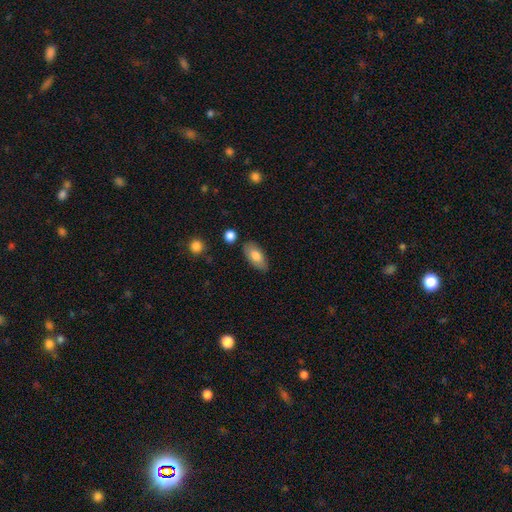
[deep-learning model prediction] The model was most divided on "smooth or featured": smooth: 78%, featured or disk: 16%, star or artifact: 6%. More confident: how rounded — in between (92%); merging — none (79%).